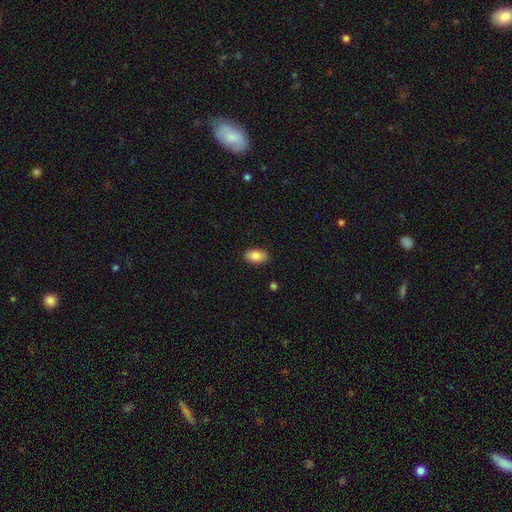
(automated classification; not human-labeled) Overall: smooth (87%). How rounded: in between (93%). Merging: none (88%).